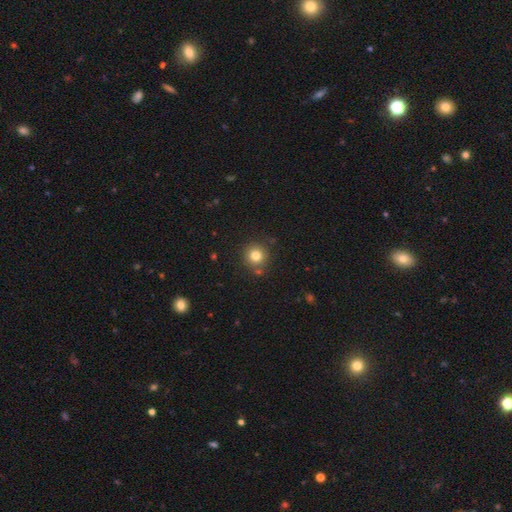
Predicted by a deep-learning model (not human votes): A smooth galaxy with no disk features (80%) that is round (94%). Merging: none (84%).